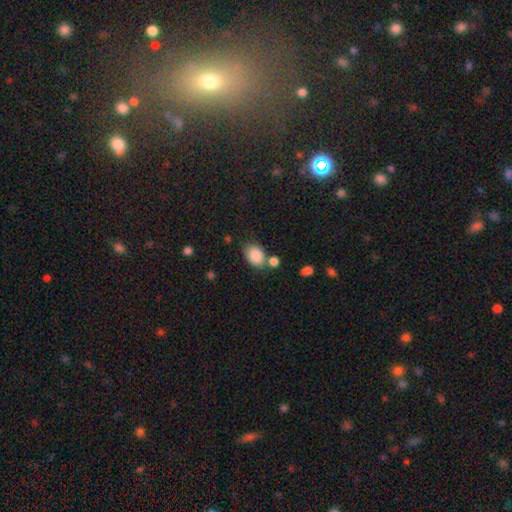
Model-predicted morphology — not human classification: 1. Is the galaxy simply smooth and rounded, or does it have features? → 87% smooth, 8% star or artifact, 5% featured or disk.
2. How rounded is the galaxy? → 72% in between, 27% round, 1% cigar-shaped.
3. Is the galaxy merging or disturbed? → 60% none, 17% minor disturbance, 17% merger, 5% major disturbance.